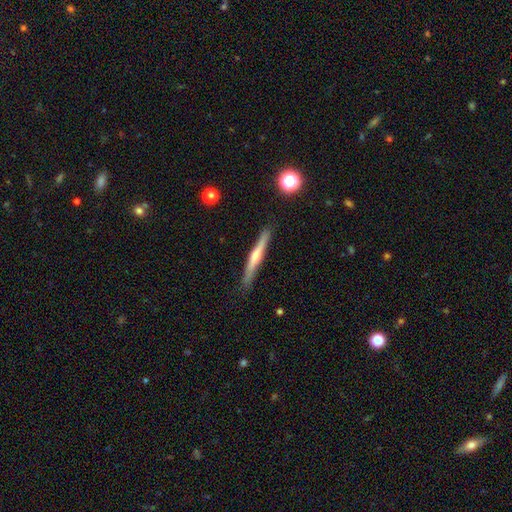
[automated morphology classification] Smooth or featured? Predicted: featured or disk (p=0.62). Edge-on disk? Predicted: yes (p=0.97). Edge-on bulge? Predicted: rounded (p=0.74). Merging? Predicted: none (p=0.88).